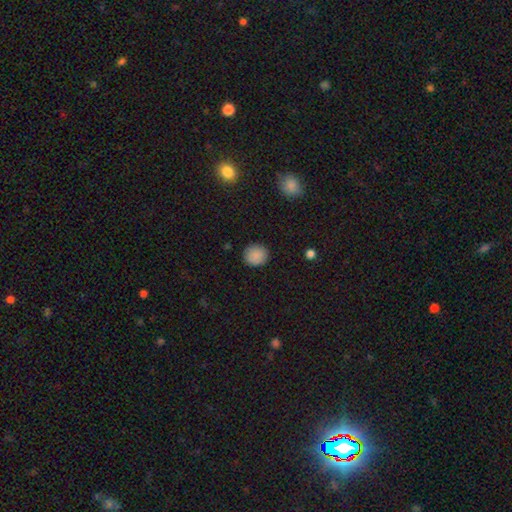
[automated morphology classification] smooth 88%, star or artifact 9%, featured or disk 3%. Down the decision tree: how rounded — round (89%); merging — none (89%).